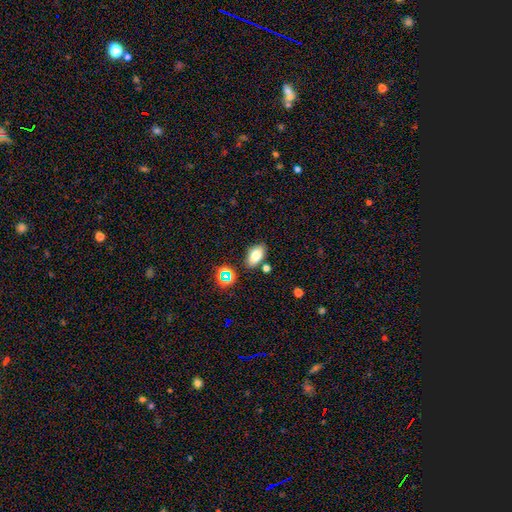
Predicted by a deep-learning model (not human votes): Smooth or featured?
  - smooth: 76% *
  - star or artifact: 12%
  - featured or disk: 12%
How rounded?
  - in between: 90% *
  - round: 8%
  - cigar-shaped: 3%
Merging?
  - none: 79% *
  - minor disturbance: 11%
  - merger: 7%
  - major disturbance: 3%